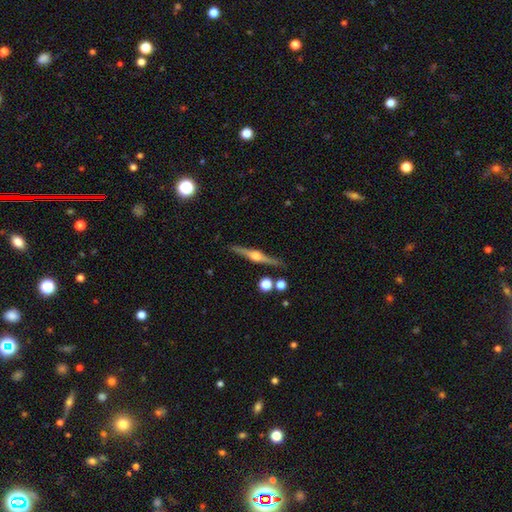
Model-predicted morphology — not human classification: The model was most divided on "smooth or featured": featured or disk: 83%, smooth: 11%, star or artifact: 6%. More confident: edge-on disk — yes (98%); edge-on bulge — rounded (94%); merging — none (88%).